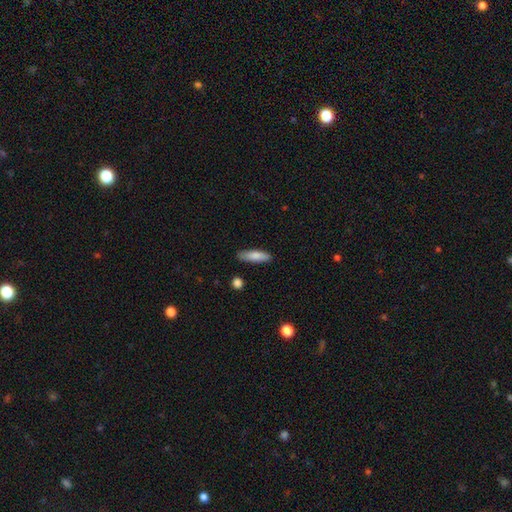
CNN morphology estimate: smooth_or_featured: smooth (p=0.82) [alt: featured or disk p=0.12]
how_rounded: cigar-shaped (p=0.63) [alt: in between p=0.35]
merging: none (p=0.83) [alt: minor disturbance p=0.13]